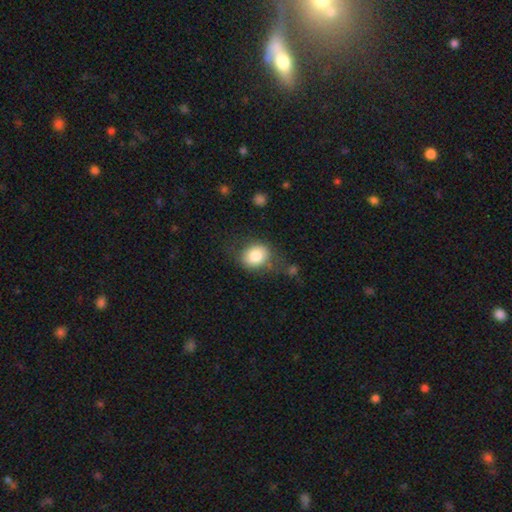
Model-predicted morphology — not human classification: Smooth or featured? Predicted: smooth (p=0.80). How rounded? Predicted: round (p=0.66). Merging? Predicted: none (p=0.64).